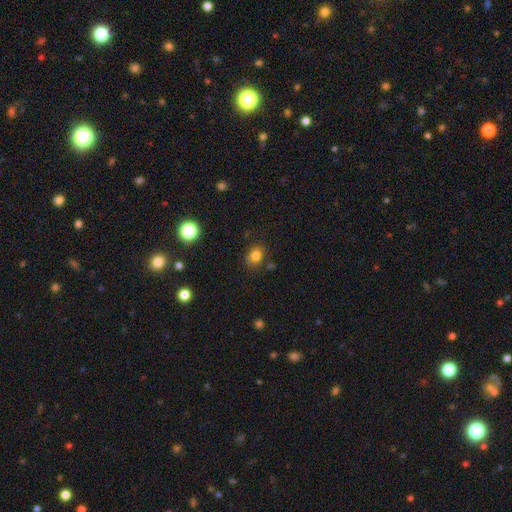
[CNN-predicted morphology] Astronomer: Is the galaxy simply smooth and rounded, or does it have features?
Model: smooth — 79%.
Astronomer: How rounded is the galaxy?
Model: round — 57% (runner-up: in between, 42%).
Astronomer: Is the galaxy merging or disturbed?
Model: none — 76%.